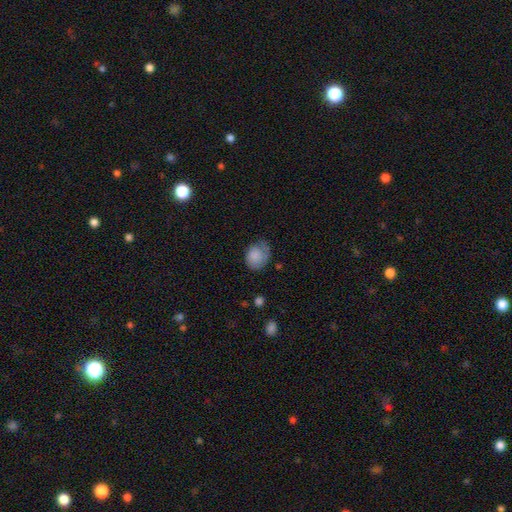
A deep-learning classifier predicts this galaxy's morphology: This appears to be a smooth galaxy with no disk features (79%) that is in between round and cigar-shaped (51%). Merging: none (47%).